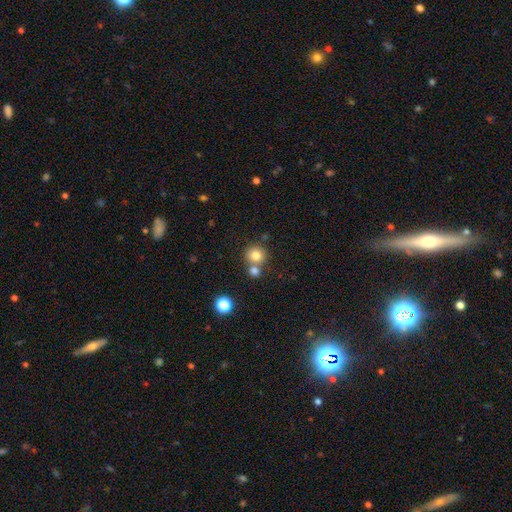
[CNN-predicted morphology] The model was most divided on "merging": none: 59%, merger: 31%, minor disturbance: 7%, major disturbance: 3%. More confident: how rounded — round (90%); smooth or featured — smooth (80%).